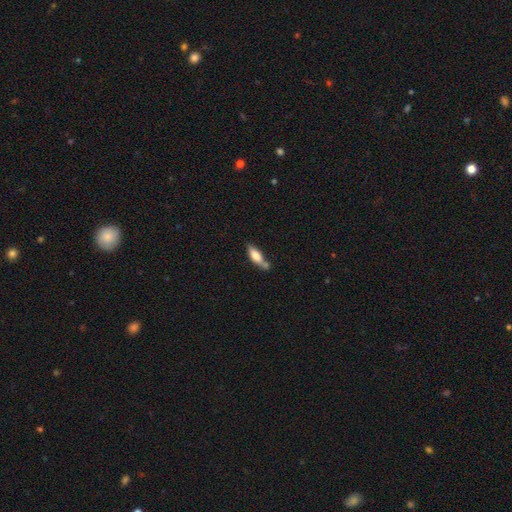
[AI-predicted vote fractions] Smooth or featured: smooth — 74% (featured or disk — 19%)
How rounded: in between — 63% (cigar-shaped — 35%)
Merging: none — 42% (merger — 28%)